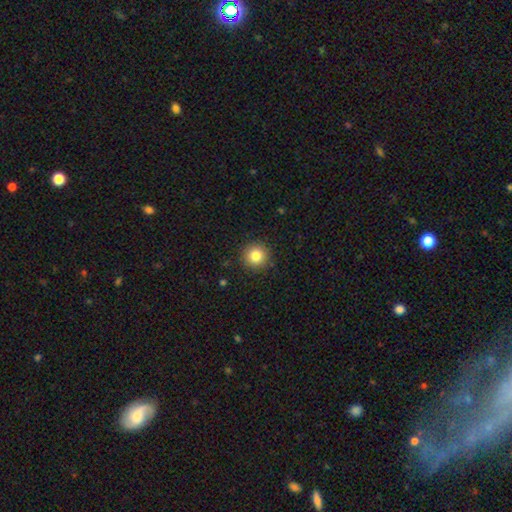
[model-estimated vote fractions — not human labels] A smooth galaxy with no disk features (84%) that is round (95%).

Vote fractions:
- Smooth or featured? smooth: 84% / star or artifact: 10% / featured or disk: 6%
- How rounded? round: 95% / in between: 4% / cigar-shaped: 1%
- Merging? none: 91% / minor disturbance: 6% / major disturbance: 2% / merger: 1%